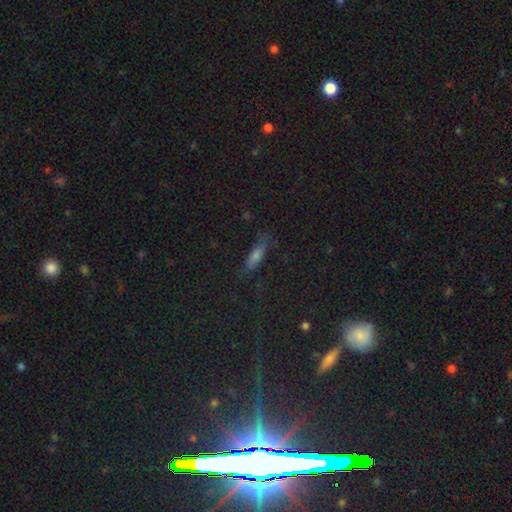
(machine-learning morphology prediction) smooth-or-featured: smooth: 58% | featured or disk: 23% | star or artifact: 19%
  how-rounded: cigar-shaped: 58% | in between: 38% | round: 4%
  merging: none: 74% | minor disturbance: 19% | major disturbance: 6% | merger: 2%